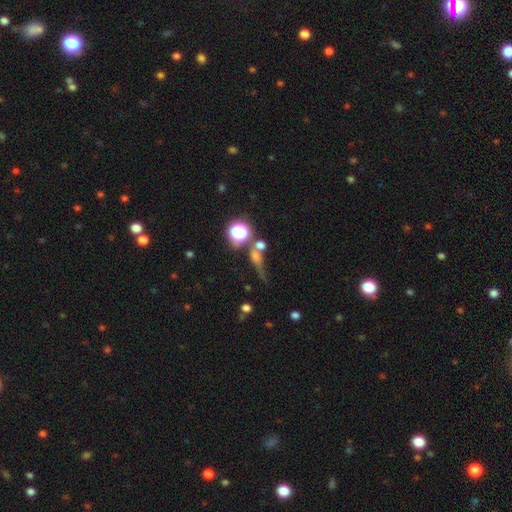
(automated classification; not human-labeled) star or artifact 37%, smooth 36%, featured or disk 27%.